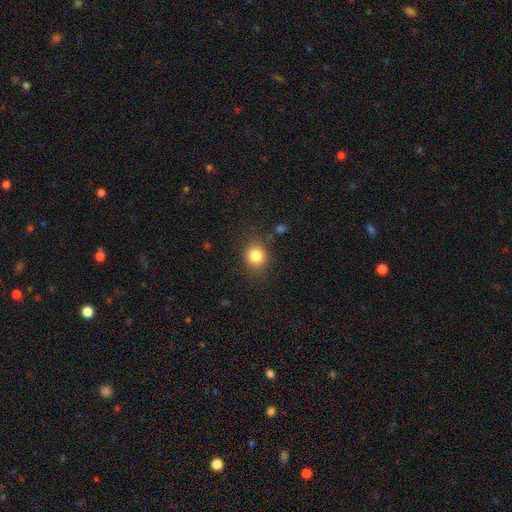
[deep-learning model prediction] This appears to be a smooth galaxy with no disk features (83%) that is round (74%). Merging: none (84%).